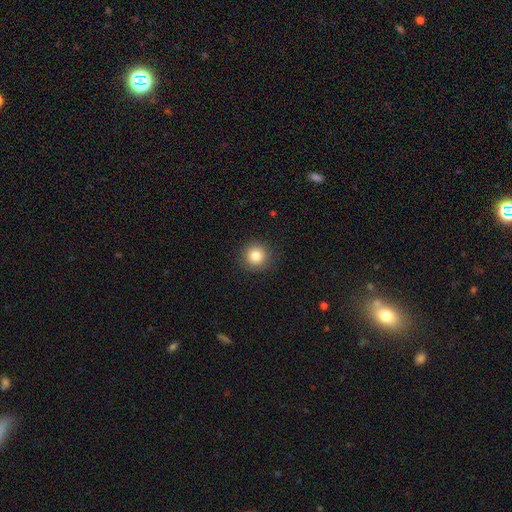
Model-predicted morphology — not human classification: This appears to be a smooth galaxy with no disk features (83%) that is round (94%). Merging: none (89%).